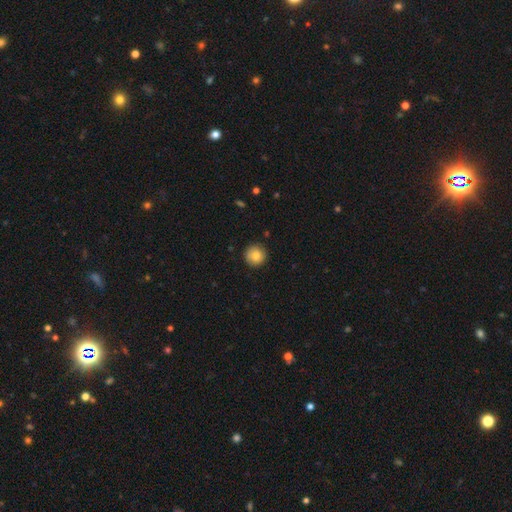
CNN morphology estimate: smooth-or-featured: smooth: 82% | featured or disk: 10% | star or artifact: 9%
  how-rounded: round: 95% | in between: 4% | cigar-shaped: 1%
  merging: none: 89% | minor disturbance: 8% | major disturbance: 2% | merger: 1%